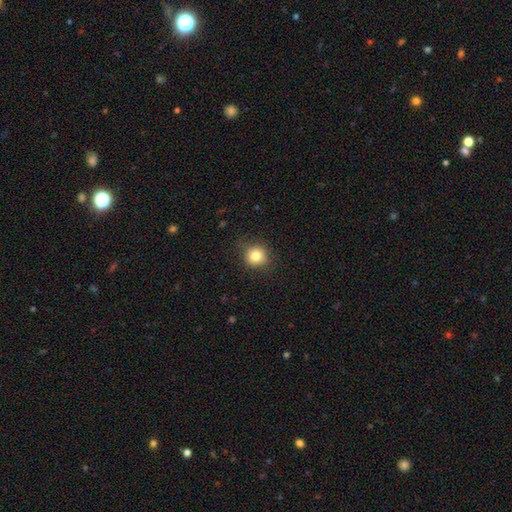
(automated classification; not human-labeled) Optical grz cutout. It shows a smooth galaxy with no disk features (81%) that is round (89%). Merging: none (84%).